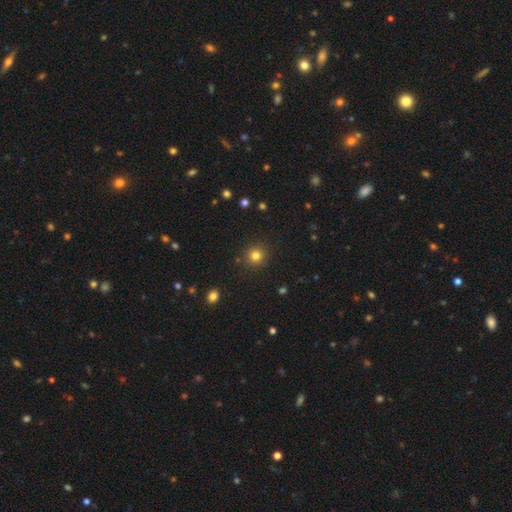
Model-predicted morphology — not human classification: Smooth or featured? smooth (80%)
How rounded? round (93%)
Merging? none (90%)